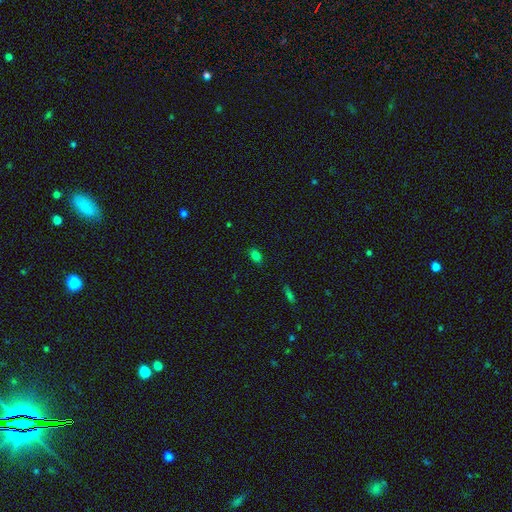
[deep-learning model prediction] This is likely a smooth galaxy (78%). How rounded: clearly in between (85%). Merging: clearly none (84%).